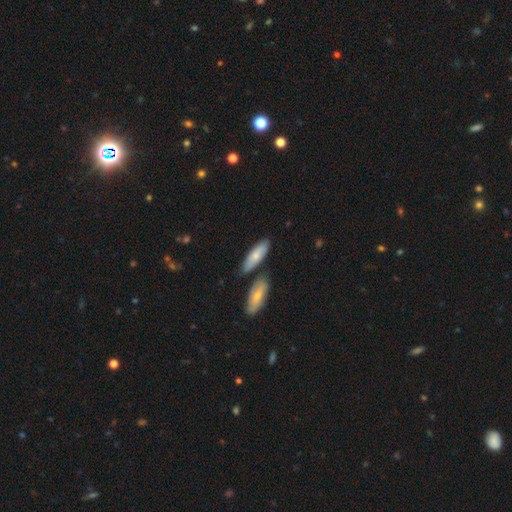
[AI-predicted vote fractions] A smooth galaxy with no disk features (74%) that is in between round and cigar-shaped (58%). Merging: none (66%).